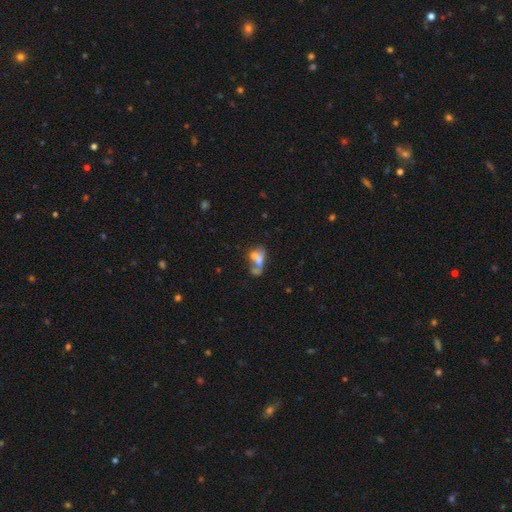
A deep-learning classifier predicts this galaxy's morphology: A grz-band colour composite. It shows a smooth galaxy with no disk features (53%) that is in between round and cigar-shaped (70%). Merging: merger (50%).